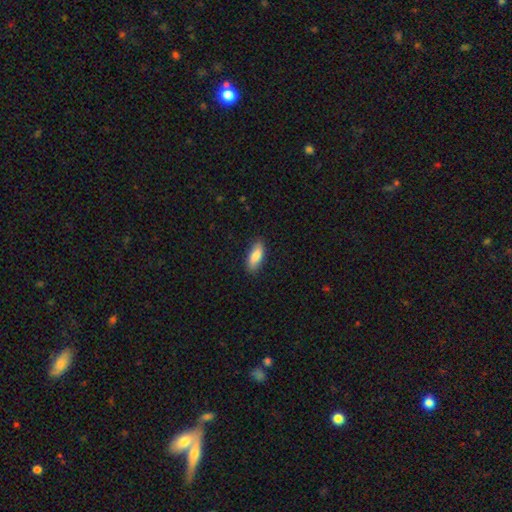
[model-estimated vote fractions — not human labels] Morphology: type=smooth (83%); roundness=in between (78%); merging=none (84%).